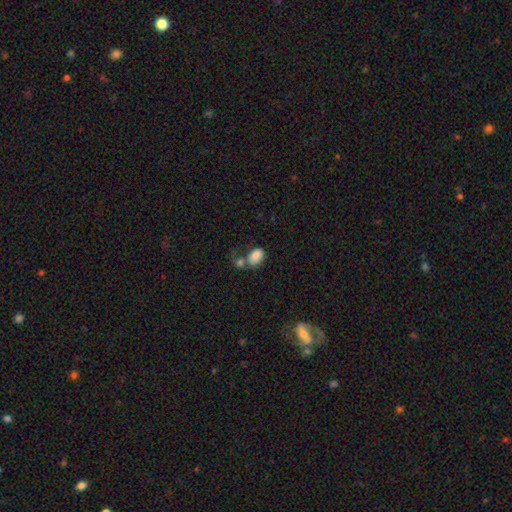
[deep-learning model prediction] This is clearly a smooth galaxy (82%). How rounded: clearly in between (85%). Merging: marginally merger (44%).